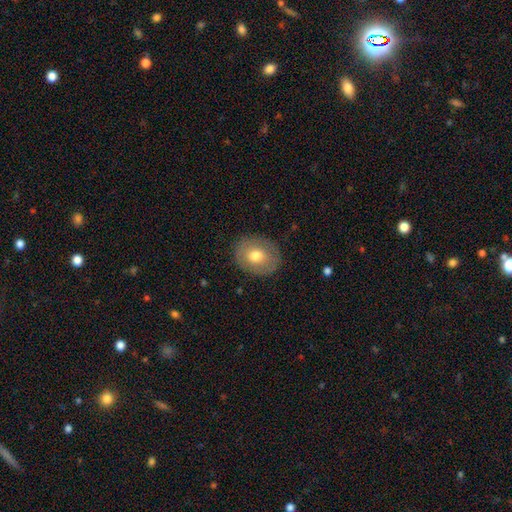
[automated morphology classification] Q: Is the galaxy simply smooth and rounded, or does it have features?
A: smooth — 68%.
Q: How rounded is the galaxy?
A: round — 58%.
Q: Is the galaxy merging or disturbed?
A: none — 85%.